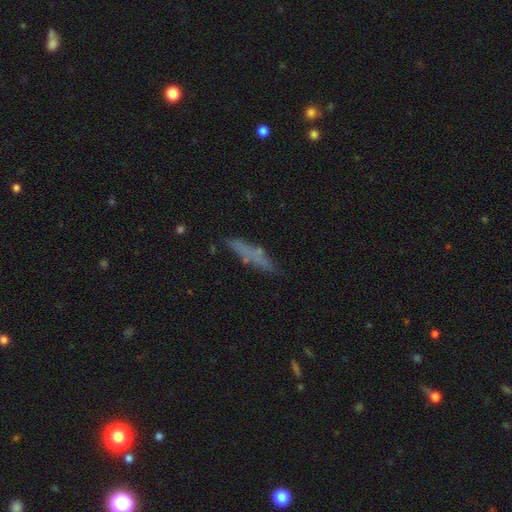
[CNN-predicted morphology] A smooth galaxy with no disk features (59%) that is cigar-shaped (85%).

Vote fractions:
- Smooth or featured? smooth: 59% / featured or disk: 29% / star or artifact: 11%
- How rounded? cigar-shaped: 85% / in between: 13% / round: 2%
- Merging? none: 71% / minor disturbance: 19% / major disturbance: 7% / merger: 4%